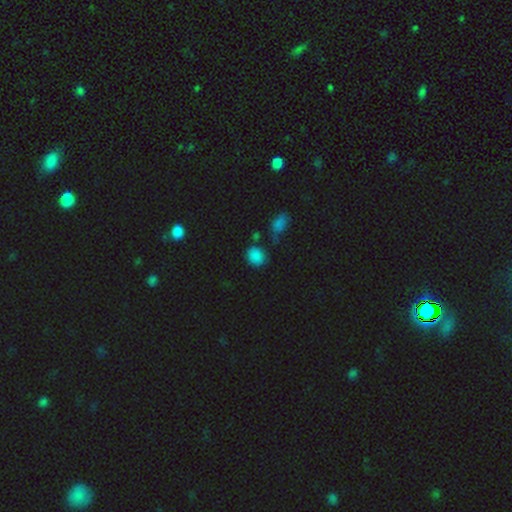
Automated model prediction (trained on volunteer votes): A smooth galaxy with no disk features (82%) that is round (58%). Merging: none (72%).